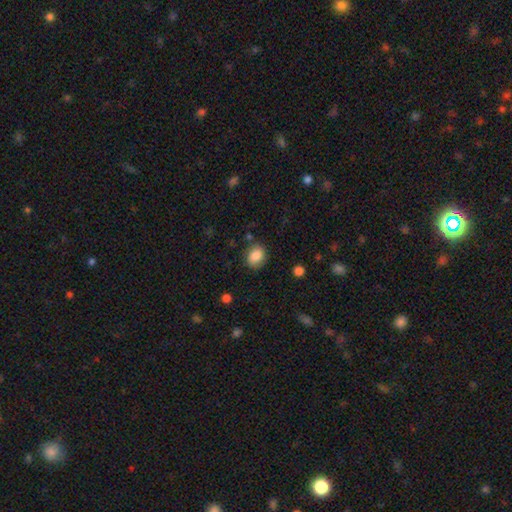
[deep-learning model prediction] The model was most divided on "how rounded": in between: 50%, round: 49%, cigar-shaped: 1%. More confident: smooth or featured — smooth (85%); merging — none (79%).